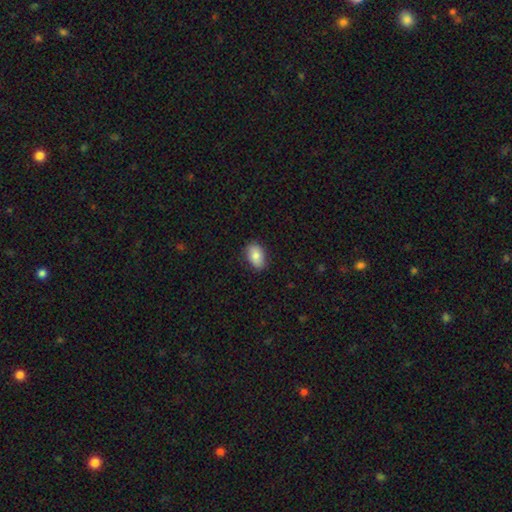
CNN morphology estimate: Smooth or featured: smooth — 82% (featured or disk — 11%)
How rounded: in between — 89% (round — 10%)
Merging: none — 82% (minor disturbance — 15%)